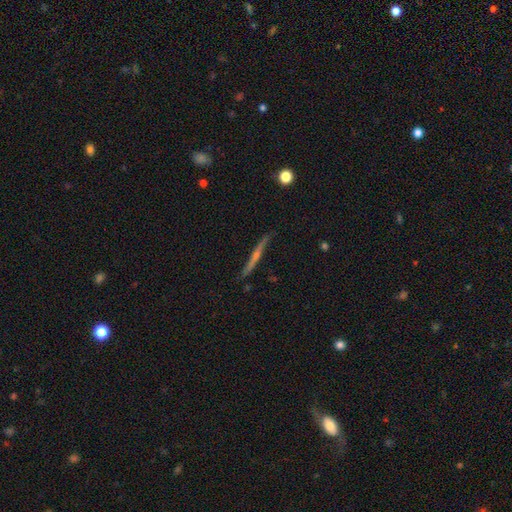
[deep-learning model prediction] Smooth or featured? Predicted: featured or disk (p=0.74). Edge-on disk? Predicted: yes (p=0.96). Edge-on bulge? Predicted: rounded (p=0.65). Merging? Predicted: none (p=0.84).